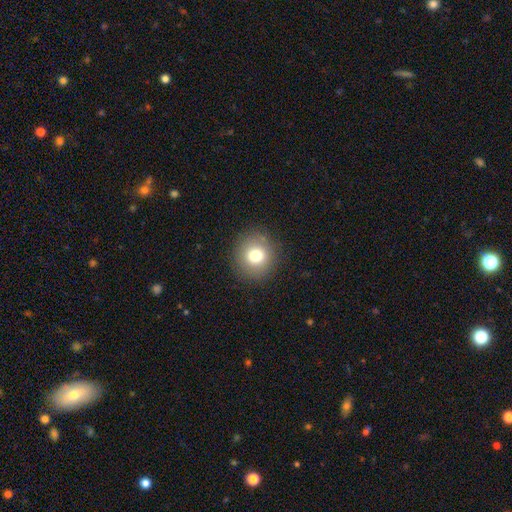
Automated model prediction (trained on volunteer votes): Smooth or featured: smooth — 76% (featured or disk — 12%)
How rounded: round — 89% (in between — 10%)
Merging: none — 88% (minor disturbance — 8%)